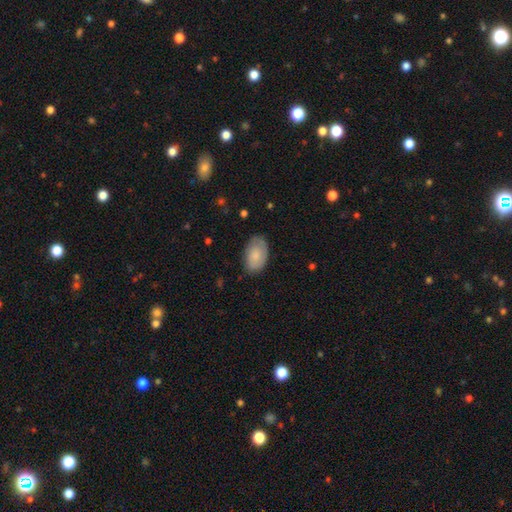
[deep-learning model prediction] This appears to be a smooth galaxy with no disk features (80%) that is in between round and cigar-shaped (93%). Merging: none (73%).